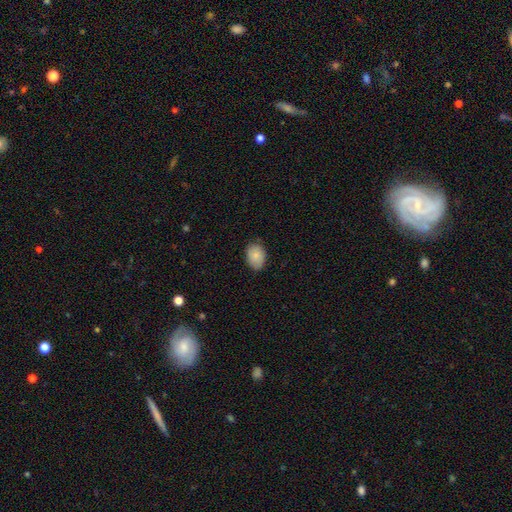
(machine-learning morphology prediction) A smooth galaxy with no disk features (85%) that is in between round and cigar-shaped (77%). Merging: none (78%).